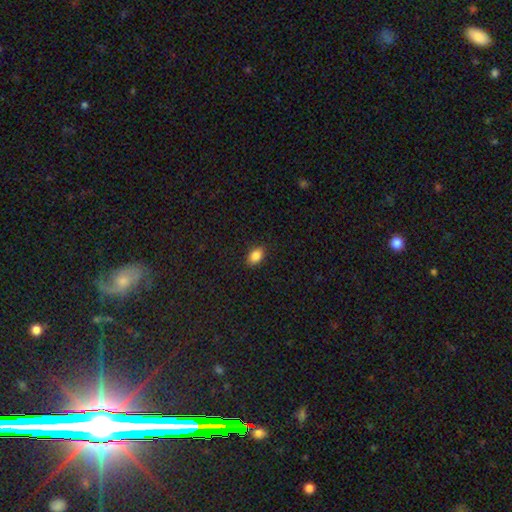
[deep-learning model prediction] Q: Smooth or featured?
A: smooth (87%); runner-up: star or artifact (9%)
Q: How rounded?
A: in between (83%); runner-up: round (15%)
Q: Merging?
A: none (89%); runner-up: minor disturbance (8%)